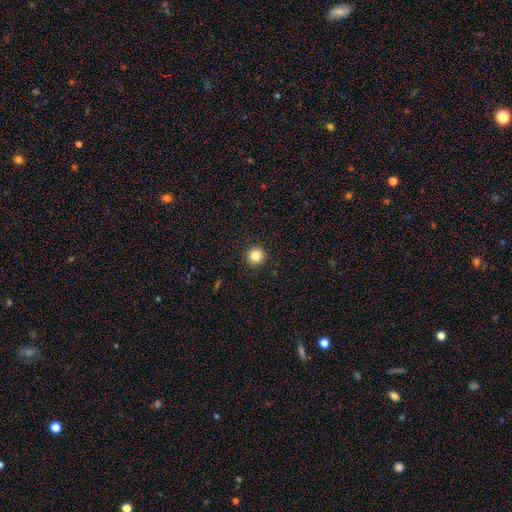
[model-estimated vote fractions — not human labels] Smooth or featured? smooth (84%)
How rounded? round (96%)
Merging? none (93%)